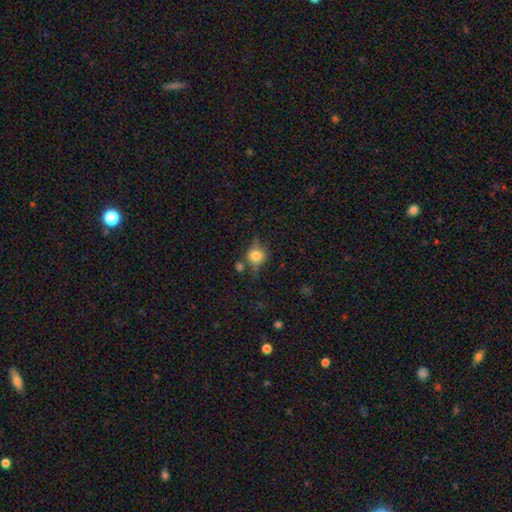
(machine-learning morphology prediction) smooth 60%, featured or disk 27%, star or artifact 13%. Down the decision tree: how rounded — round (74%); merging — none (62%).